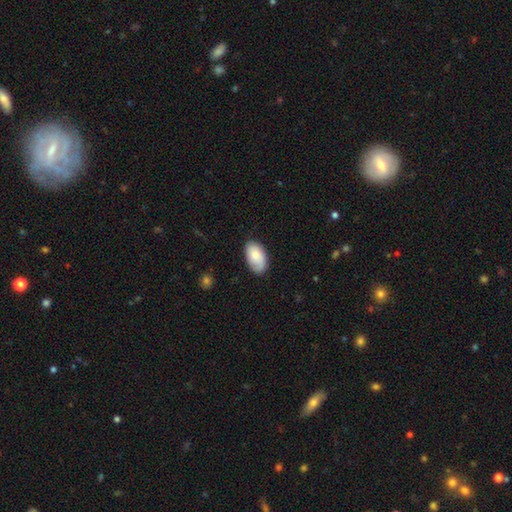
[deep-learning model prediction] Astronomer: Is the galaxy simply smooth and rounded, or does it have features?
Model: smooth — 76%.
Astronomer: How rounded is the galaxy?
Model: in between — 94%.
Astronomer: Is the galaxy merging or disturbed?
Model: none — 73%.